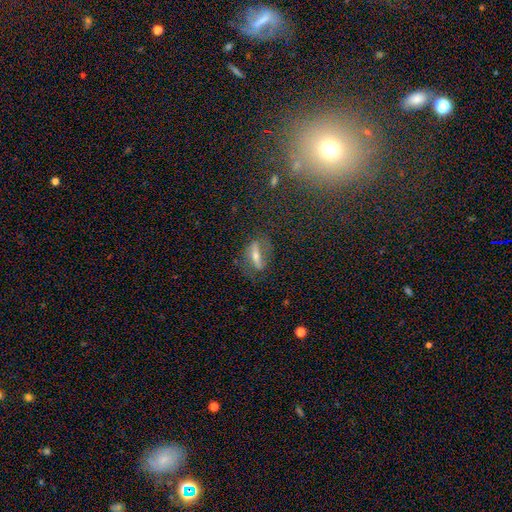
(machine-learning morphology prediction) Smooth or featured? Predicted: featured or disk (p=0.54). Edge-on disk? Predicted: no (p=0.67). Merging? Predicted: none (p=0.69).